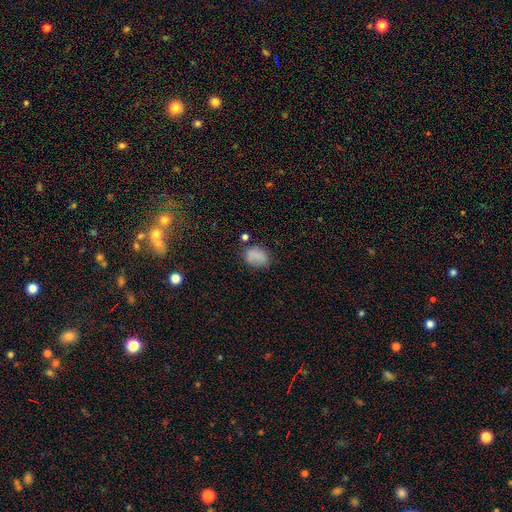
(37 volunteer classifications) Morphology: type=smooth (81%); roundness=in between (70%); merging=none (65%).